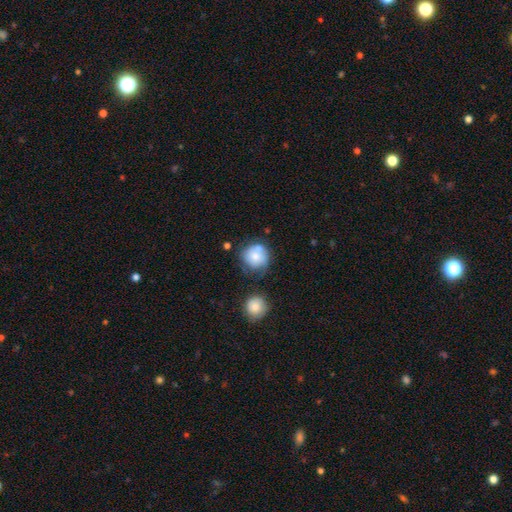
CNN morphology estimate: A smooth galaxy with no disk features (70%) that is round (86%).

Vote fractions:
- Smooth or featured? smooth: 70% / featured or disk: 22% / star or artifact: 8%
- How rounded? round: 86% / in between: 13% / cigar-shaped: 1%
- Merging? none: 50% / minor disturbance: 23% / merger: 17% / major disturbance: 10%